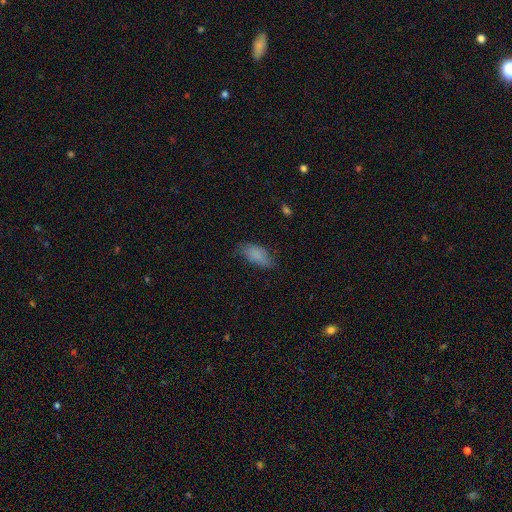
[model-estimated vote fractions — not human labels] Smooth or featured?
  - smooth: 83% *
  - featured or disk: 9%
  - star or artifact: 8%
How rounded?
  - in between: 89% *
  - cigar-shaped: 8%
  - round: 3%
Merging?
  - none: 68% *
  - minor disturbance: 24%
  - major disturbance: 7%
  - merger: 1%